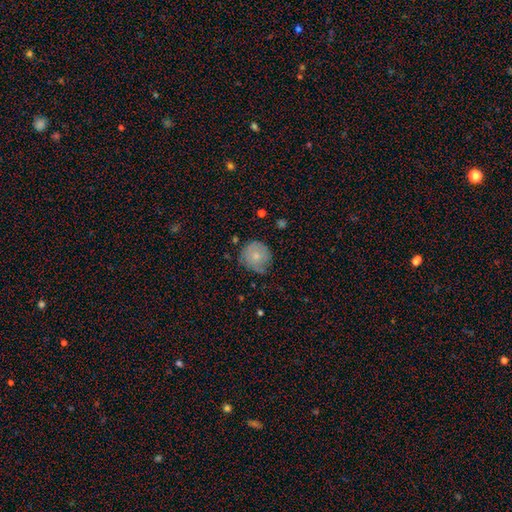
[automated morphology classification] Smooth or featured: smooth — 71% (featured or disk — 21%)
How rounded: round — 89% (in between — 10%)
Merging: none — 61% (minor disturbance — 31%)